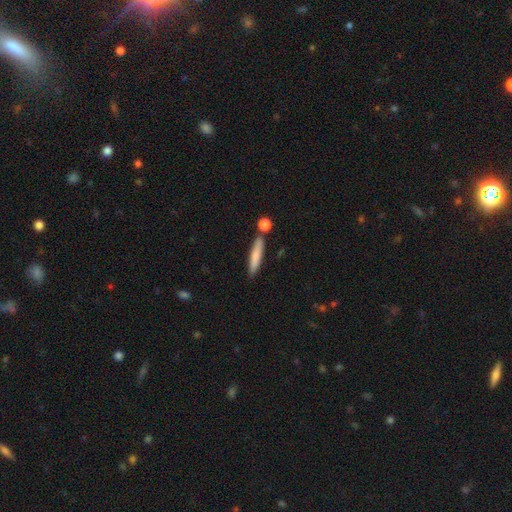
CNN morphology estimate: Overall: smooth (76%). How rounded: cigar-shaped (90%). Merging: none (79%).